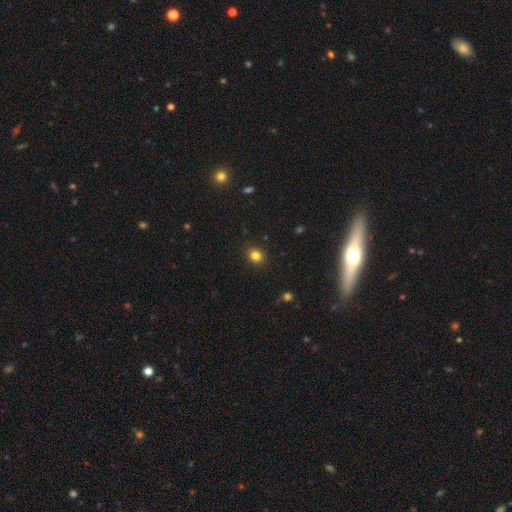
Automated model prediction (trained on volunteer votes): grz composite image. It shows a smooth galaxy with no disk features (82%) that is round (74%). Merging: none (89%).